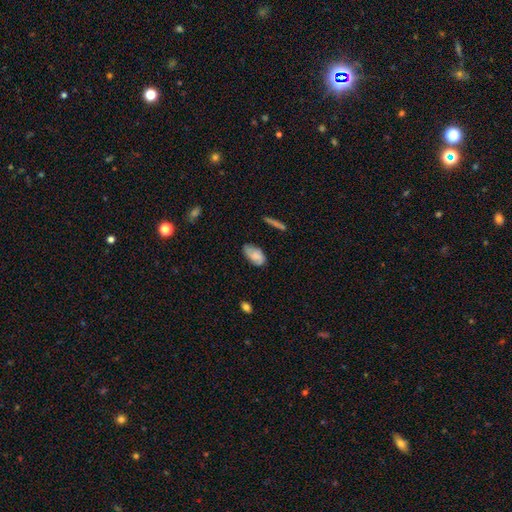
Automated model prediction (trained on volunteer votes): This appears to be a smooth galaxy with no disk features (64%) that is in between round and cigar-shaped (93%). Merging: none (74%).